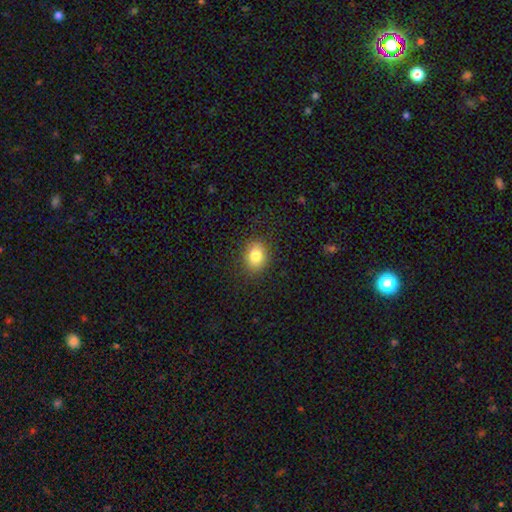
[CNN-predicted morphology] smooth 82%, star or artifact 10%, featured or disk 8%. Down the decision tree: how rounded — in between (54%); merging — none (86%).